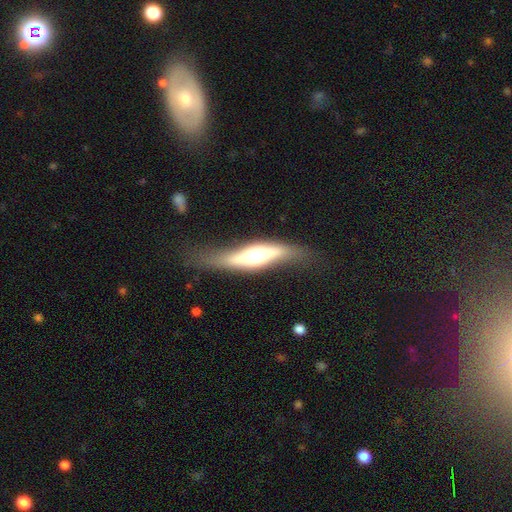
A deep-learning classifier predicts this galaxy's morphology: featured or disk 64%, smooth 31%, star or artifact 6%. Down the decision tree: edge-on disk — yes (82%); edge-on bulge — rounded (84%); merging — none (68%).